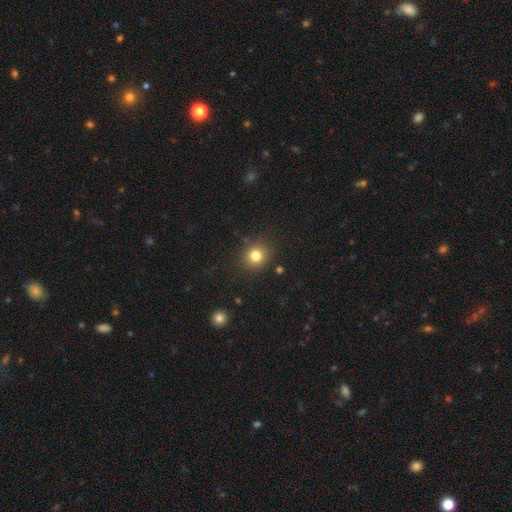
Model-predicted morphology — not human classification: Smooth or featured? smooth (81%)
How rounded? round (84%)
Merging? none (87%)